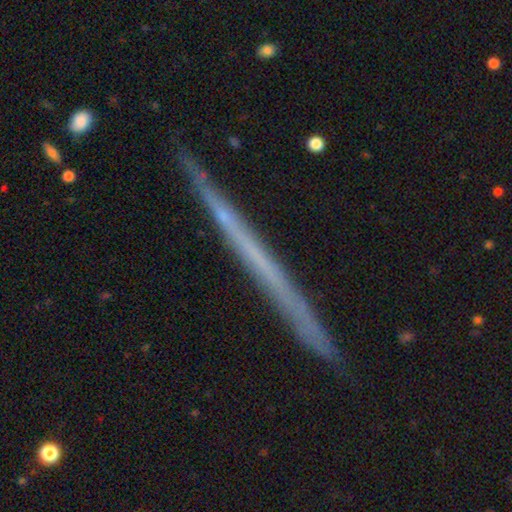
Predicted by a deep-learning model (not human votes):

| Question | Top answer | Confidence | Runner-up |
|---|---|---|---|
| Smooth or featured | featured or disk | 58% | smooth (32%) |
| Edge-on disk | yes | 97% | no (3%) |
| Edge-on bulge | none | 94% | rounded (4%) |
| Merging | none | 90% | minor disturbance (7%) |